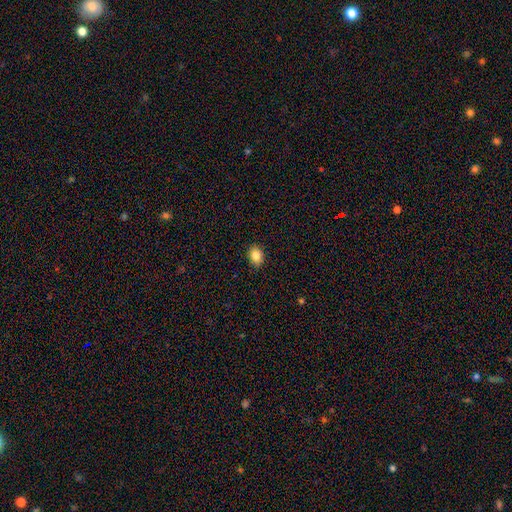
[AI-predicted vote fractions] smooth_or_featured: smooth (p=0.85) [alt: star or artifact p=0.09]
how_rounded: in between (p=0.66) [alt: round p=0.33]
merging: none (p=0.88) [alt: minor disturbance p=0.09]